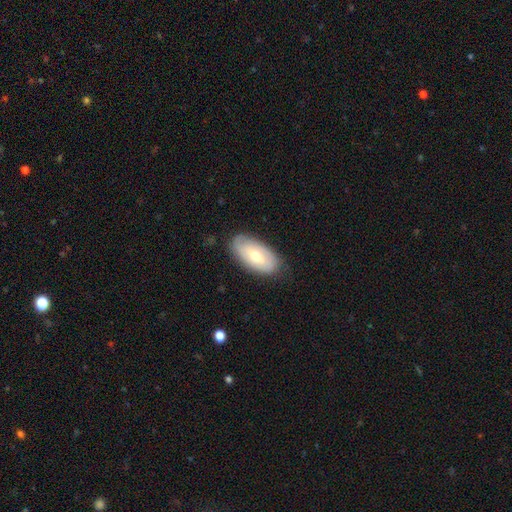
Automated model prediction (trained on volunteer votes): The model was most divided on "smooth or featured": smooth: 56%, featured or disk: 38%, star or artifact: 6%. More confident: how rounded — in between (93%); merging — none (80%).